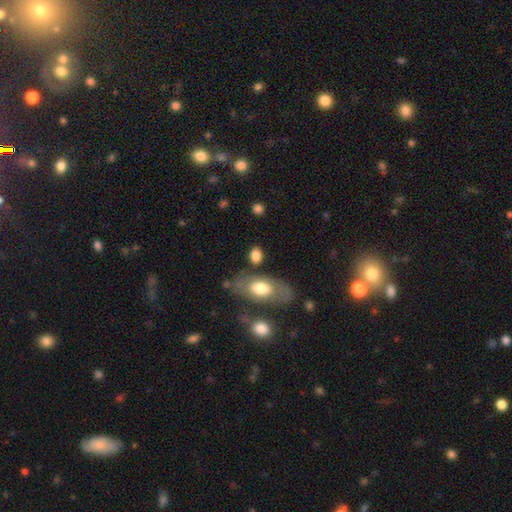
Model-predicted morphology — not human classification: This is likely a smooth galaxy (80%). How rounded: likely in between (78%). Merging: likely none (69%).